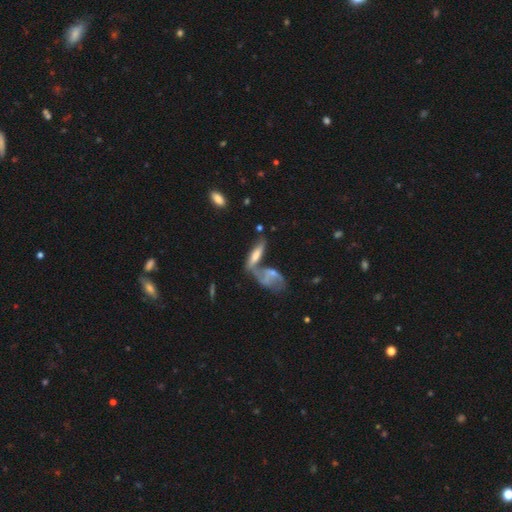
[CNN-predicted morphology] smooth-or-featured: smooth: 47% | featured or disk: 43% | star or artifact: 10%
  merging: merger: 49% | none: 32% | minor disturbance: 11% | major disturbance: 8%